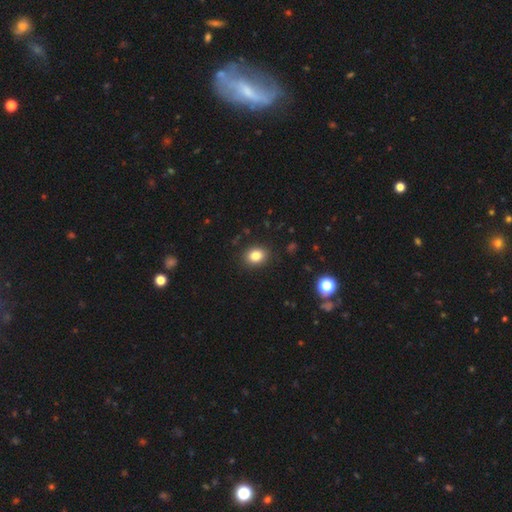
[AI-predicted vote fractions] Smooth or featured?
  - smooth: 84% *
  - star or artifact: 10%
  - featured or disk: 6%
How rounded?
  - in between: 52% *
  - round: 48%
  - cigar-shaped: 1%
Merging?
  - none: 89% *
  - minor disturbance: 8%
  - major disturbance: 2%
  - merger: 1%